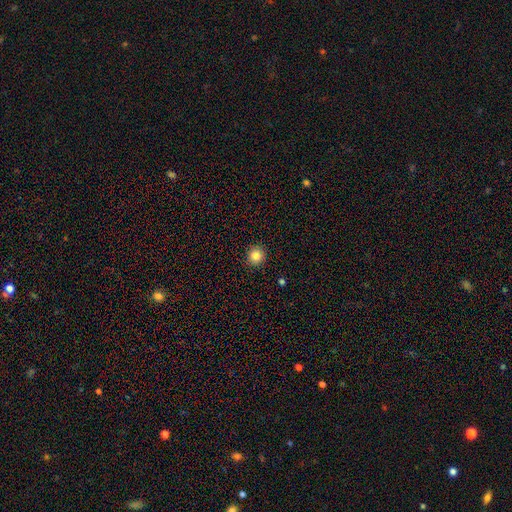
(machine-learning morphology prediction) Smooth or featured? Predicted: smooth (p=0.84). How rounded? Predicted: round (p=0.92). Merging? Predicted: none (p=0.92).